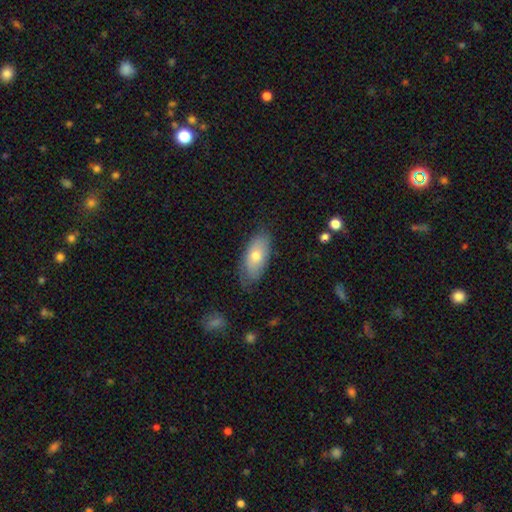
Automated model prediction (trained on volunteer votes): Smooth or featured?
  - smooth: 68% *
  - featured or disk: 26%
  - star or artifact: 7%
How rounded?
  - in between: 87% *
  - cigar-shaped: 9%
  - round: 4%
Merging?
  - none: 73% *
  - minor disturbance: 21%
  - major disturbance: 5%
  - merger: 1%